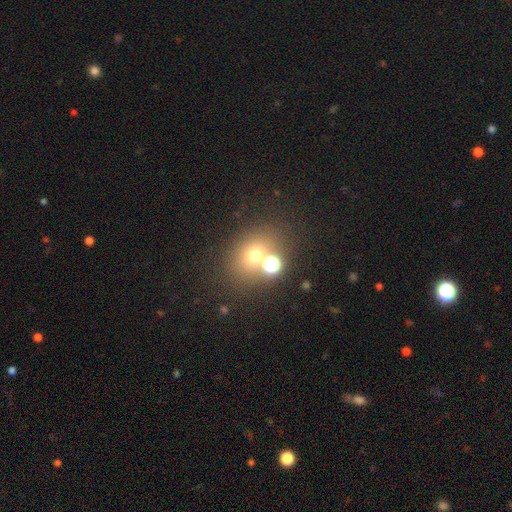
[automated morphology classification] A smooth galaxy with no disk features (62%) that is round (64%).

Vote fractions:
- Smooth or featured? smooth: 62% / star or artifact: 24% / featured or disk: 14%
- How rounded? round: 64% / in between: 35% / cigar-shaped: 1%
- Merging? none: 61% / merger: 24% / minor disturbance: 9% / major disturbance: 5%